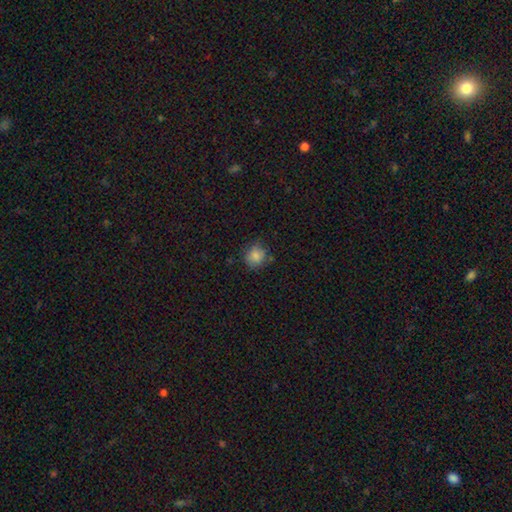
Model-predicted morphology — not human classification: type=smooth (84%); roundness=round (82%); merging=none (74%).